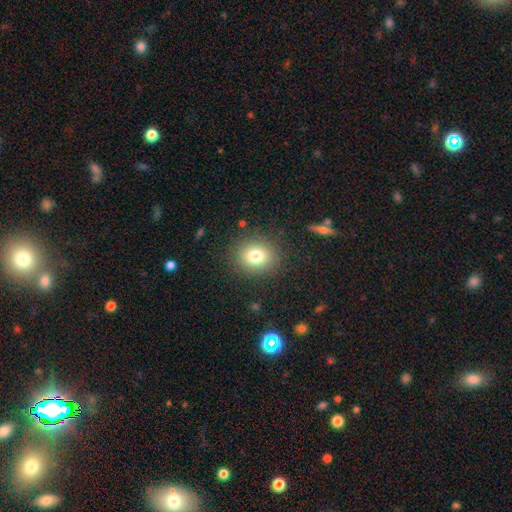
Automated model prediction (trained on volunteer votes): smooth-or-featured: smooth: 78% | star or artifact: 12% | featured or disk: 10%
  how-rounded: round: 72% | in between: 27% | cigar-shaped: 1%
  merging: none: 87% | minor disturbance: 8% | major disturbance: 4% | merger: 1%